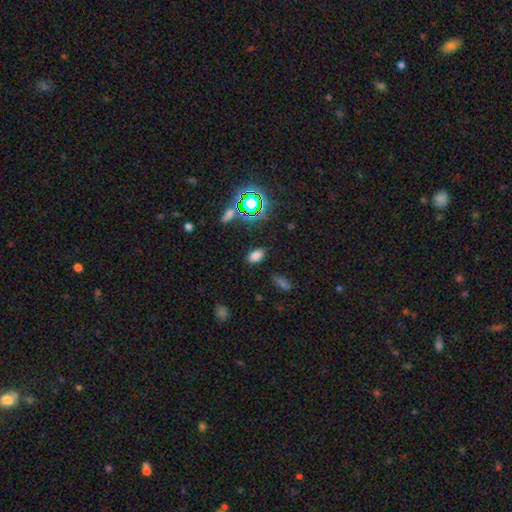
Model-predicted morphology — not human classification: Smooth or featured? Predicted: smooth (p=0.72). How rounded? Predicted: in between (p=0.89). Merging? Predicted: none (p=0.83).